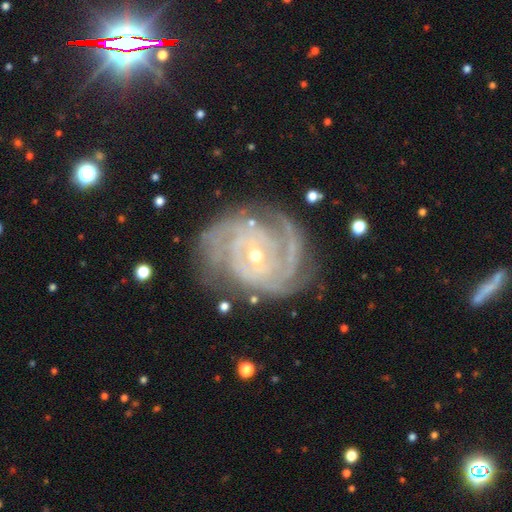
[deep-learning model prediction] A featured or disk galaxy (90%) with no bar (56%), 3 (26%) tight (72%) spiral arms (97%) and a small central bulge (62%).

Vote fractions:
- Smooth or featured? featured or disk: 90% / star or artifact: 5% / smooth: 5%
- Edge-on disk? no: 97% / yes: 3%
- Bar? no: 56% / weak: 33% / strong: 11%
- Spiral arms? yes: 97% / no: 3%
- Spiral winding? tight: 72% / medium: 24% / loose: 4%
- Spiral arm count? 3: 26% / can't tell: 21% / 2: 20% / 4: 18% / more than 4: 8% / 1: 7%
- Bulge size? small: 62% / moderate: 35% / large: 1% / none: 1% / dominant: 1%
- Merging? none: 72% / minor disturbance: 18% / major disturbance: 8% / merger: 2%